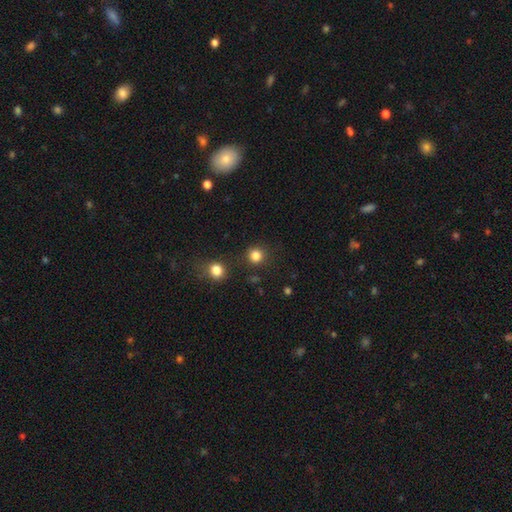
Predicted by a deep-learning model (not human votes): A smooth galaxy with no disk features (83%) that is round (91%). Merging: none (85%).